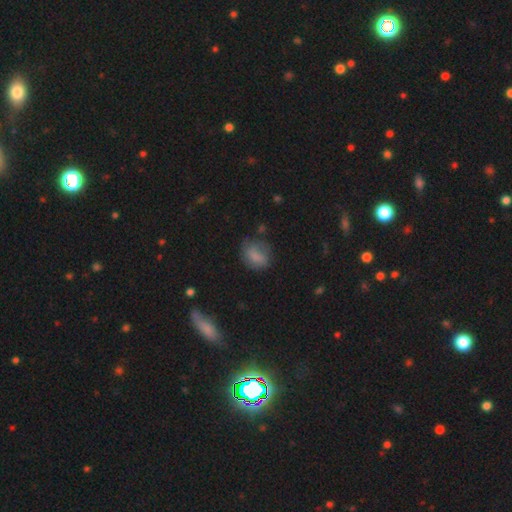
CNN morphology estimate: Smooth or featured? smooth (75%)
How rounded? in between (59%)
Merging? none (55%)